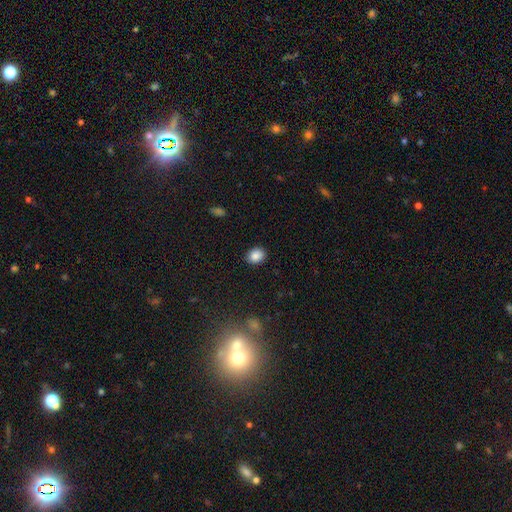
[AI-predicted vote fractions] Smooth or featured: smooth — 87% (star or artifact — 9%)
How rounded: round — 51% (in between — 48%)
Merging: none — 89% (minor disturbance — 8%)